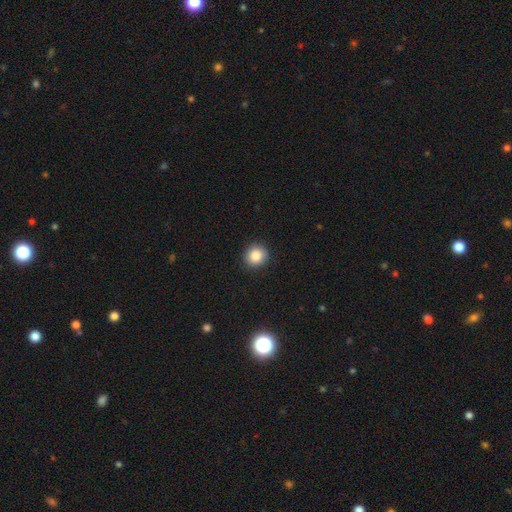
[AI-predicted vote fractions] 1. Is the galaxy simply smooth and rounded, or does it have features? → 86% smooth, 9% star or artifact, 5% featured or disk.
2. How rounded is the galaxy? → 89% round, 10% in between, 1% cigar-shaped.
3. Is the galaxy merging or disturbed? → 91% none, 7% minor disturbance, 2% major disturbance, 1% merger.